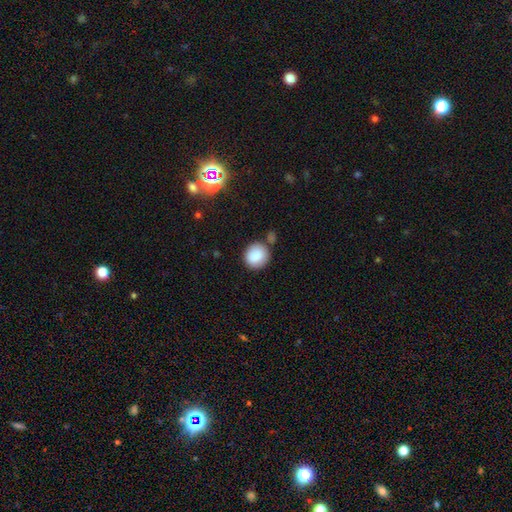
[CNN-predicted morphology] A smooth galaxy with no disk features (88%) that is round (86%).

Vote fractions:
- Smooth or featured? smooth: 88% / star or artifact: 8% / featured or disk: 4%
- How rounded? round: 86% / in between: 13% / cigar-shaped: 1%
- Merging? none: 73% / minor disturbance: 13% / merger: 9% / major disturbance: 4%